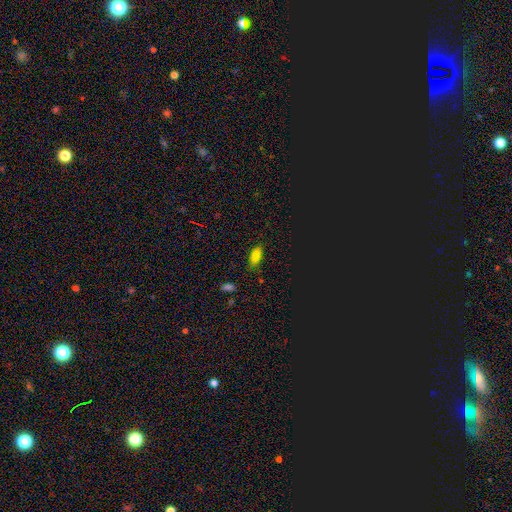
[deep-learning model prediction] The model was most divided on "smooth or featured": smooth: 76%, star or artifact: 18%, featured or disk: 7%. More confident: how rounded — in between (87%); merging — none (78%).